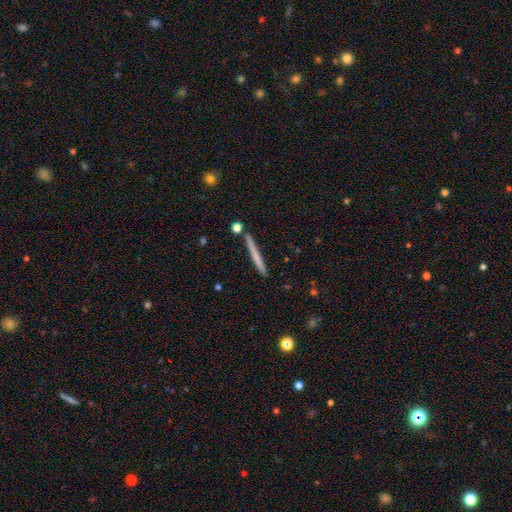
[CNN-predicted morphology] Smooth or featured?
  - smooth: 60% *
  - featured or disk: 34%
  - star or artifact: 6%
How rounded?
  - cigar-shaped: 97% *
  - in between: 2%
  - round: 1%
Merging?
  - none: 87% *
  - minor disturbance: 8%
  - merger: 4%
  - major disturbance: 2%